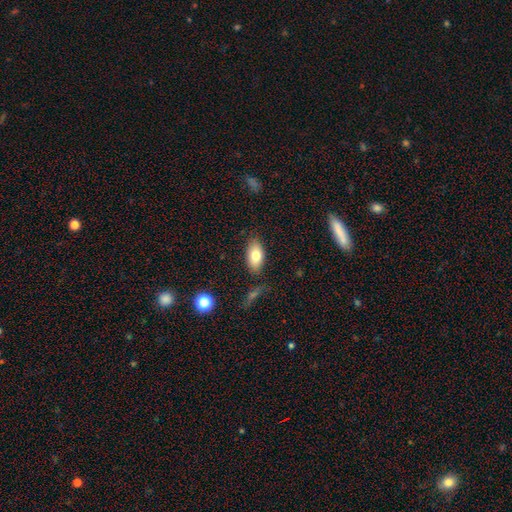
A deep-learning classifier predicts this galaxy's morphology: Q: Smooth or featured?
A: smooth (79%); runner-up: featured or disk (14%)
Q: How rounded?
A: in between (92%); runner-up: round (5%)
Q: Merging?
A: none (82%); runner-up: minor disturbance (12%)